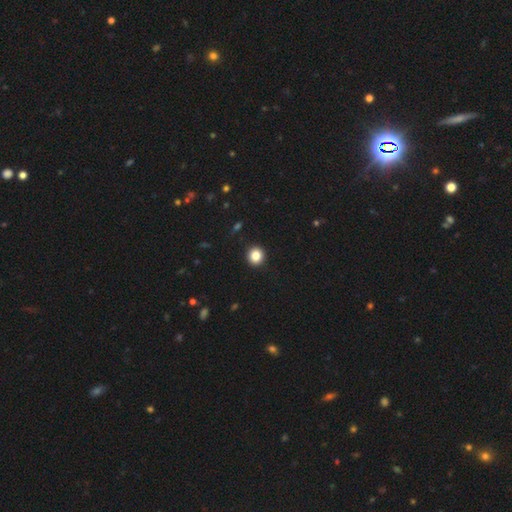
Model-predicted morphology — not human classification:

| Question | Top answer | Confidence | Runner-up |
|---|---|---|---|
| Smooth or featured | smooth | 85% | star or artifact (11%) |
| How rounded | round | 90% | in between (9%) |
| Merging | none | 93% | minor disturbance (5%) |